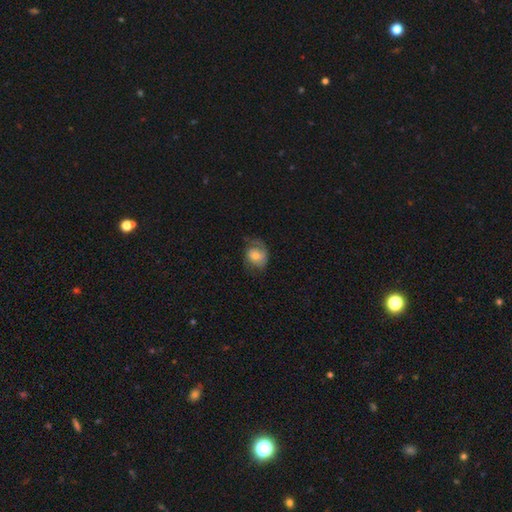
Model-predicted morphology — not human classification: Smooth or featured? Predicted: featured or disk (p=0.49). Merging? Predicted: none (p=0.54).